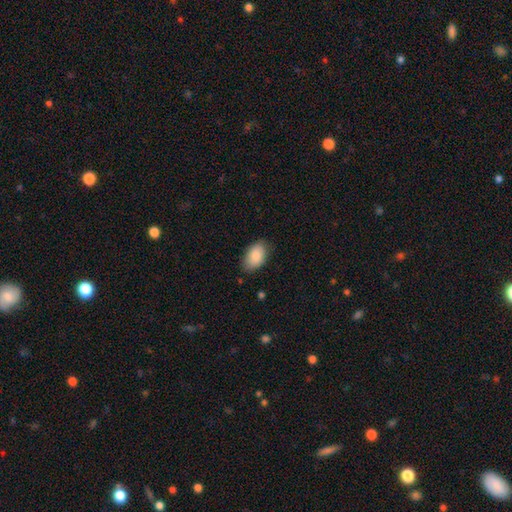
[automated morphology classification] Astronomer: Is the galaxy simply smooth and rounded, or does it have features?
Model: smooth — 86%.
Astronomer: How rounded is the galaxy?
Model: in between — 92%.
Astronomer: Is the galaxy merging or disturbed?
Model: none — 80%.